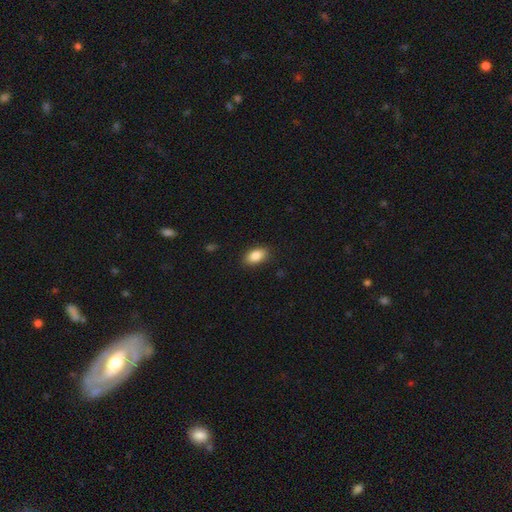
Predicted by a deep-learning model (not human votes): This is clearly a smooth galaxy (87%). How rounded: clearly in between (91%). Merging: clearly none (88%).